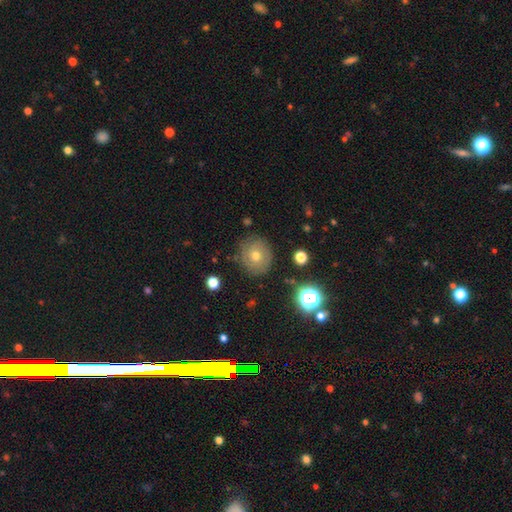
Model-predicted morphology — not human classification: This appears to be a smooth galaxy with no disk features (56%) that is round (87%). Merging: none (82%).